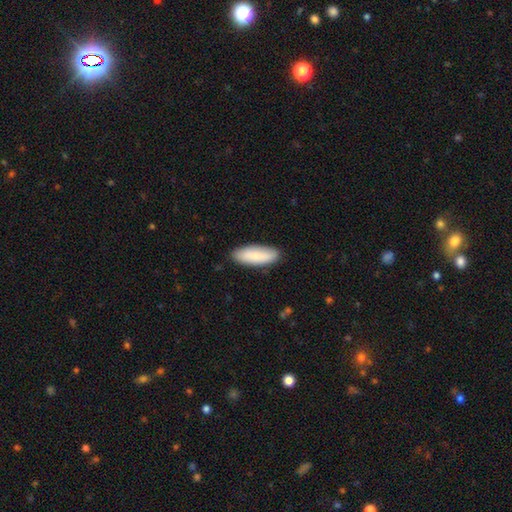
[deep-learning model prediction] smooth 82%, featured or disk 13%, star or artifact 5%. Down the decision tree: how rounded — in between (66%); merging — none (87%).